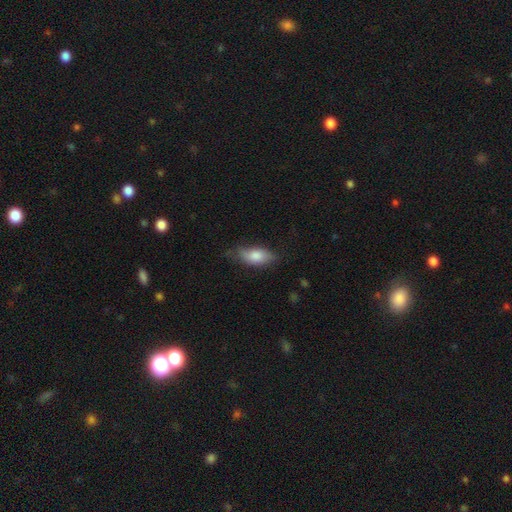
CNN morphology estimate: Q: Smooth or featured?
A: smooth (77%); runner-up: featured or disk (17%)
Q: How rounded?
A: in between (83%); runner-up: cigar-shaped (13%)
Q: Merging?
A: none (64%); runner-up: minor disturbance (28%)